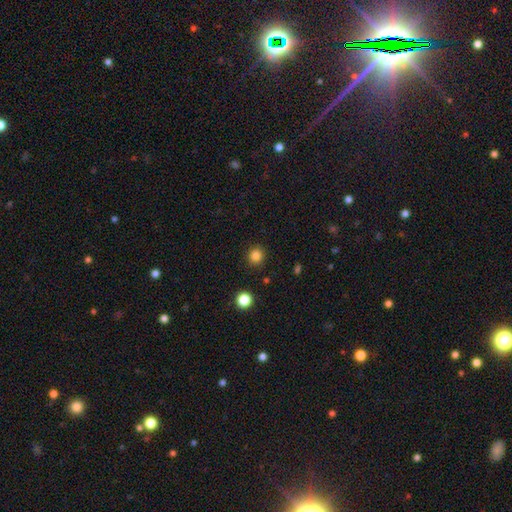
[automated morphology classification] Overall: smooth (84%). How rounded: round (92%). Merging: none (90%).